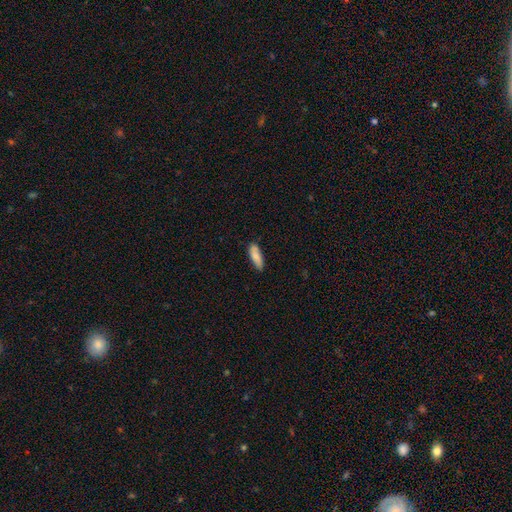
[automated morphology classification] Smooth or featured? Predicted: smooth (p=0.85). How rounded? Predicted: in between (p=0.51). Merging? Predicted: none (p=0.83).